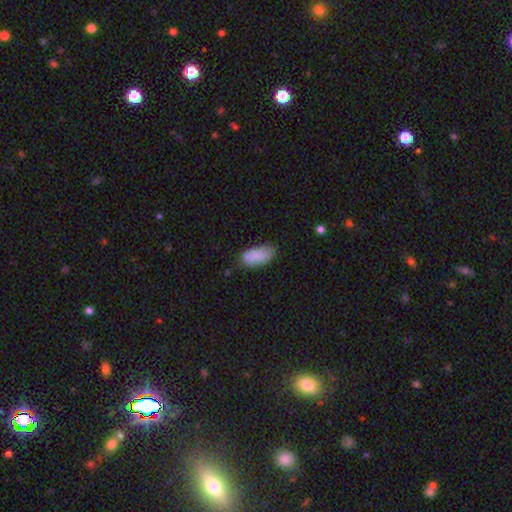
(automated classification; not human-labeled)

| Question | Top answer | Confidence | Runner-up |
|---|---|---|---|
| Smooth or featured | smooth | 84% | featured or disk (9%) |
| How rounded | in between | 90% | cigar-shaped (7%) |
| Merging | none | 63% | minor disturbance (27%) |